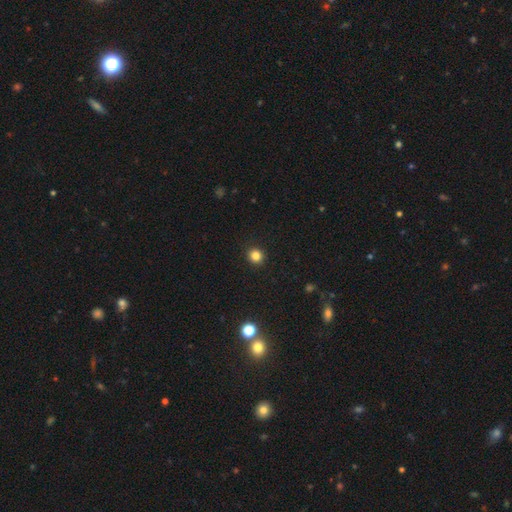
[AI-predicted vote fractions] The model was most divided on "smooth or featured": smooth: 83%, star or artifact: 12%, featured or disk: 4%. More confident: merging — none (92%); how rounded — round (90%).